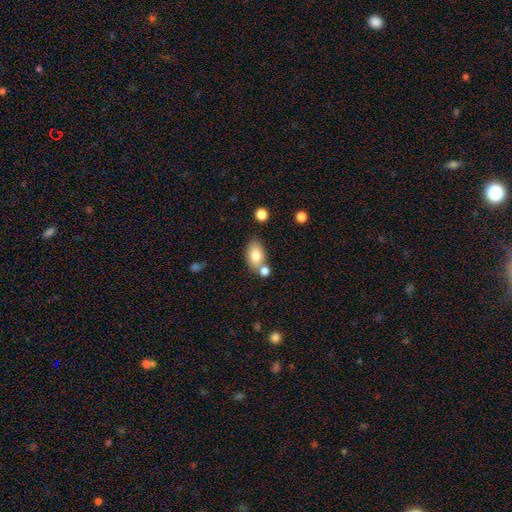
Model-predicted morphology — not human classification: smooth_or_featured: smooth (p=0.79) [alt: featured or disk p=0.12]
how_rounded: in between (p=0.88) [alt: round p=0.10]
merging: none (p=0.62) [alt: merger p=0.21]